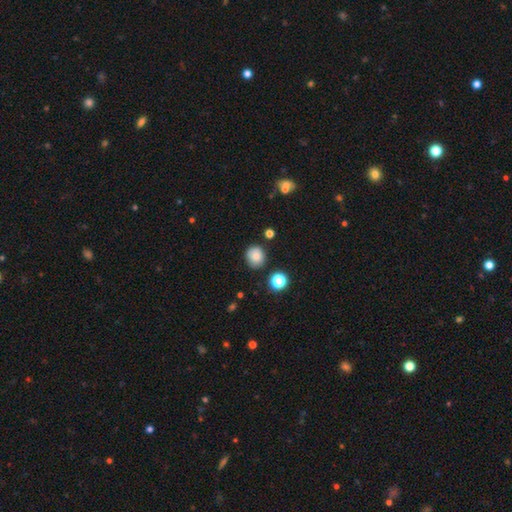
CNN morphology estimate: Q: Smooth or featured?
A: smooth (84%); runner-up: star or artifact (11%)
Q: How rounded?
A: round (77%); runner-up: in between (22%)
Q: Merging?
A: none (83%); runner-up: minor disturbance (11%)